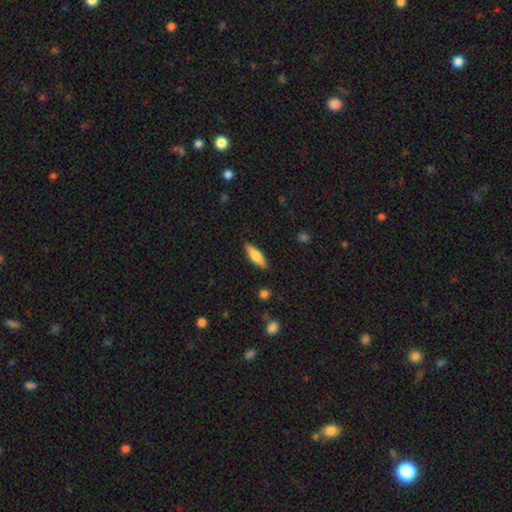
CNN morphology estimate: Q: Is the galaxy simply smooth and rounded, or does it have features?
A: smooth — 70%.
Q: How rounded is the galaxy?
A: cigar-shaped — 52%.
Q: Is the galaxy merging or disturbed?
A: none — 87%.